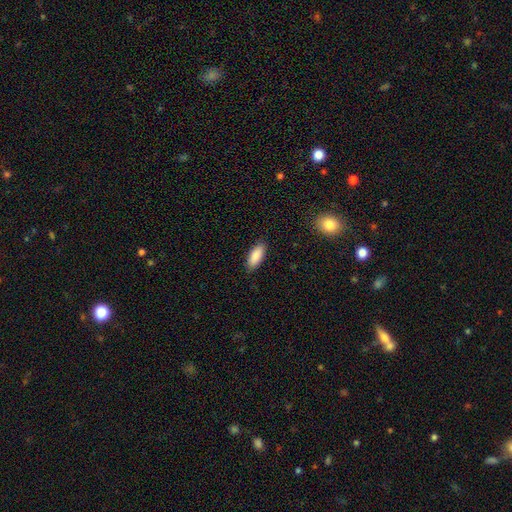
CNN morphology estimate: This appears to be a smooth galaxy with no disk features (89%) that is in between round and cigar-shaped (83%). Merging: none (87%).